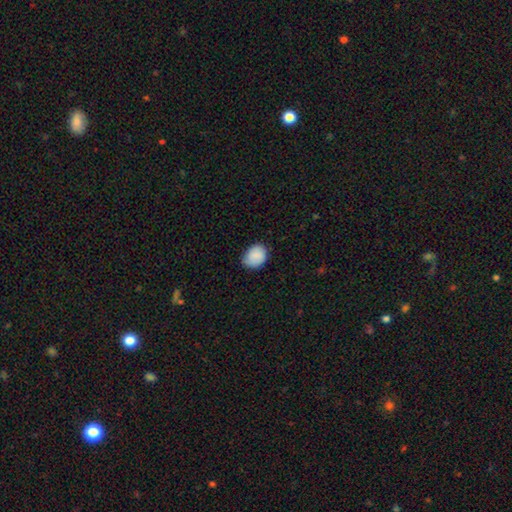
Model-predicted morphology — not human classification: A smooth galaxy with no disk features (86%) that is round (50%).

Vote fractions:
- Smooth or featured? smooth: 86% / featured or disk: 7% / star or artifact: 7%
- How rounded? round: 50% / in between: 49% / cigar-shaped: 1%
- Merging? none: 68% / minor disturbance: 27% / major disturbance: 4% / merger: 1%